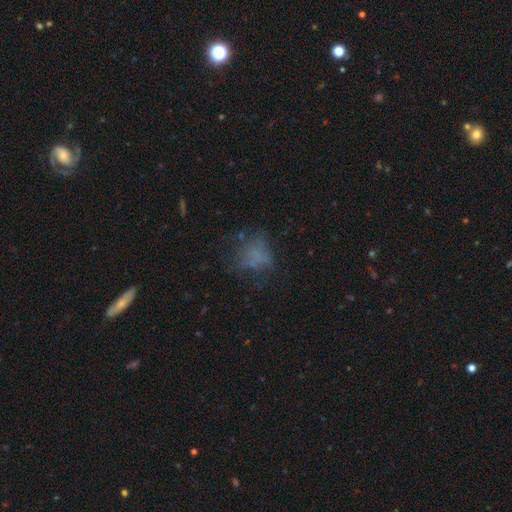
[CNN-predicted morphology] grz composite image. It shows a smooth galaxy with no disk features (51%) that is in between round and cigar-shaped (51%). Merging: none (45%).